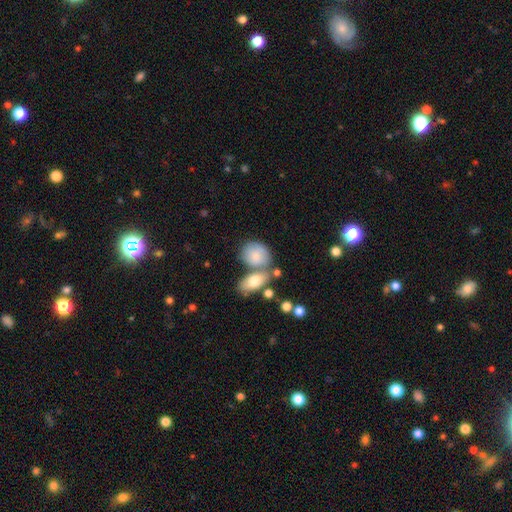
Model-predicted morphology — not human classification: Smooth or featured?
  - smooth: 76% *
  - featured or disk: 17%
  - star or artifact: 7%
How rounded?
  - in between: 53% *
  - round: 45%
  - cigar-shaped: 2%
Merging?
  - none: 43% *
  - merger: 37%
  - minor disturbance: 14%
  - major disturbance: 5%